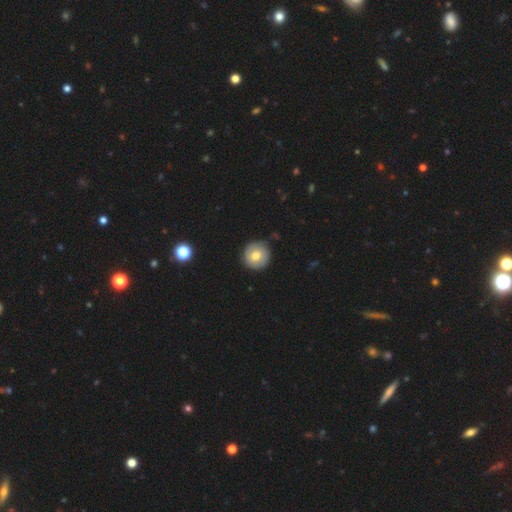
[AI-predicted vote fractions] smooth 66%, featured or disk 26%, star or artifact 8%. Down the decision tree: how rounded — round (94%); merging — none (86%).